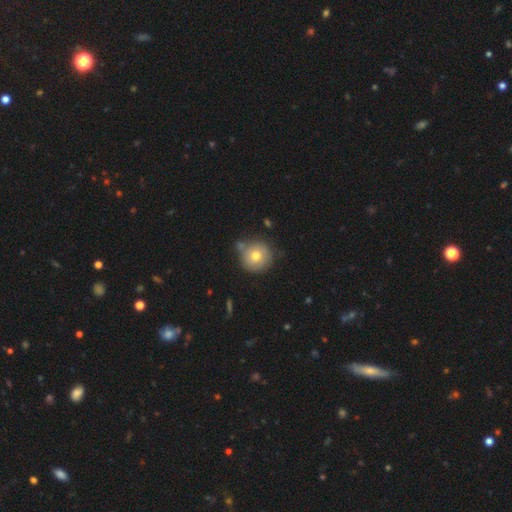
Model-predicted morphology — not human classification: The model was most divided on "merging": none: 68%, minor disturbance: 18%, merger: 10%, major disturbance: 5%. More confident: how rounded — round (93%); smooth or featured — smooth (73%).